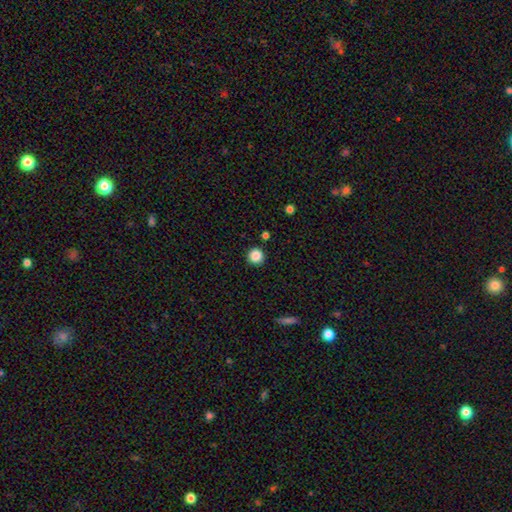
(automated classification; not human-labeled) A smooth galaxy with no disk features (87%) that is round (96%).

Vote fractions:
- Smooth or featured? smooth: 87% / star or artifact: 10% / featured or disk: 3%
- How rounded? round: 96% / in between: 4% / cigar-shaped: 1%
- Merging? none: 92% / minor disturbance: 5% / merger: 2% / major disturbance: 2%